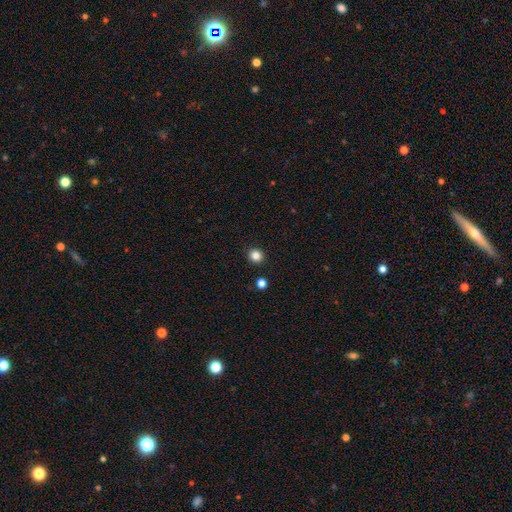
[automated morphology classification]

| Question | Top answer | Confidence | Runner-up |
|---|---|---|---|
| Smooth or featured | smooth | 83% | star or artifact (13%) |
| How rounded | round | 91% | in between (9%) |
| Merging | none | 92% | minor disturbance (5%) |